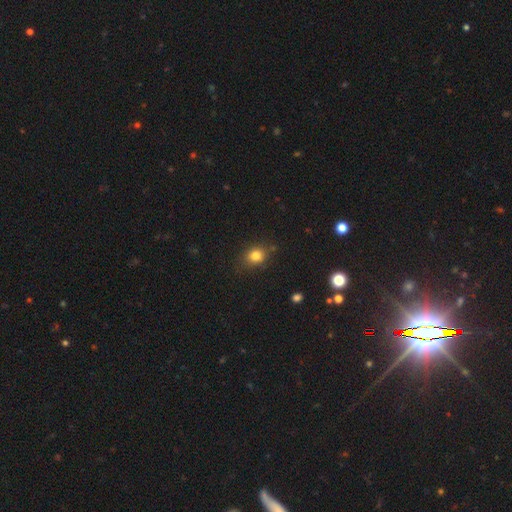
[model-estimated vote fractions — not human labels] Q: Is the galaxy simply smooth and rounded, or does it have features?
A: smooth — 81%.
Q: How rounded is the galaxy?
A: round — 56%.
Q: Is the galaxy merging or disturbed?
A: none — 78%.